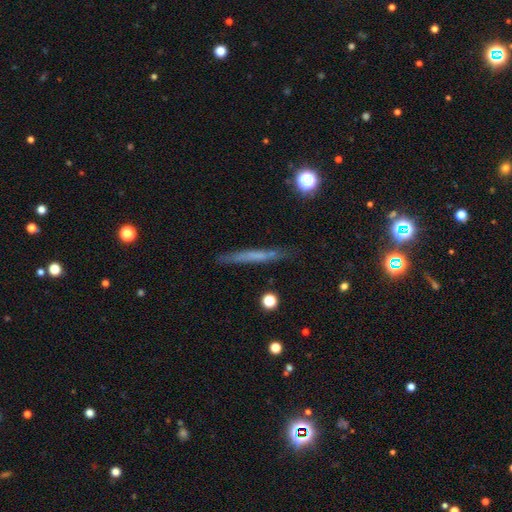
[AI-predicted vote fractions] smooth 51%, featured or disk 40%, star or artifact 9%. Down the decision tree: how rounded — cigar-shaped (94%); merging — none (83%).